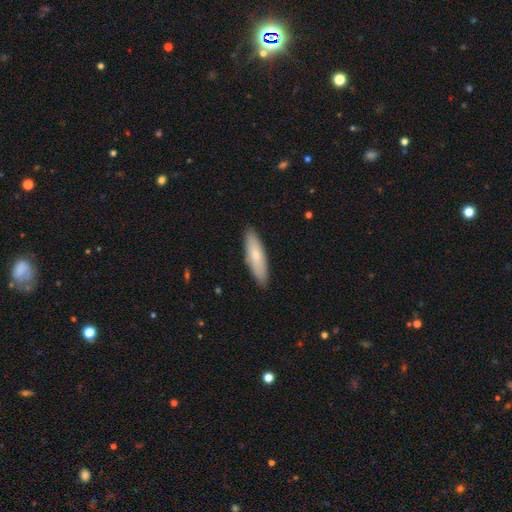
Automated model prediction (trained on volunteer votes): This is likely a smooth galaxy (74%). How rounded: likely cigar-shaped (63%). Merging: clearly none (88%).